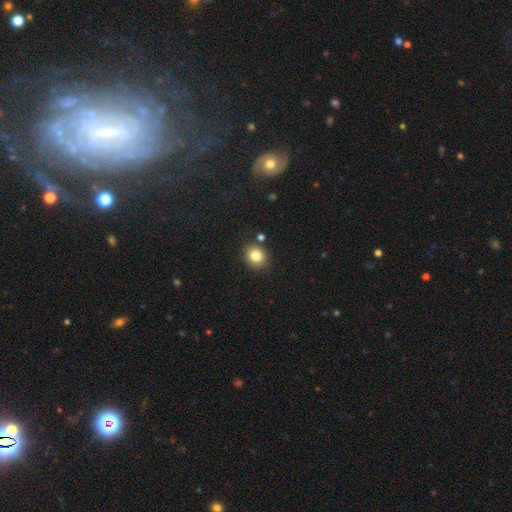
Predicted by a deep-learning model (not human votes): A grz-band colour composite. It shows a smooth galaxy with no disk features (83%) that is round (78%). Merging: none (82%).